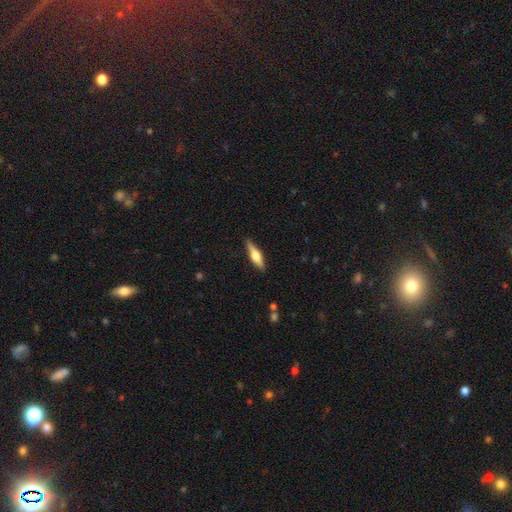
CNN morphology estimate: A featured or disk galaxy (54%) viewed edge-on (95%) with a rounded central bulge (91%).

Vote fractions:
- Smooth or featured? featured or disk: 54% / smooth: 41% / star or artifact: 6%
- Edge-on disk? yes: 95% / no: 5%
- Edge-on bulge? rounded: 91% / boxy: 6% / none: 3%
- Merging? none: 87% / minor disturbance: 10% / major disturbance: 2% / merger: 1%